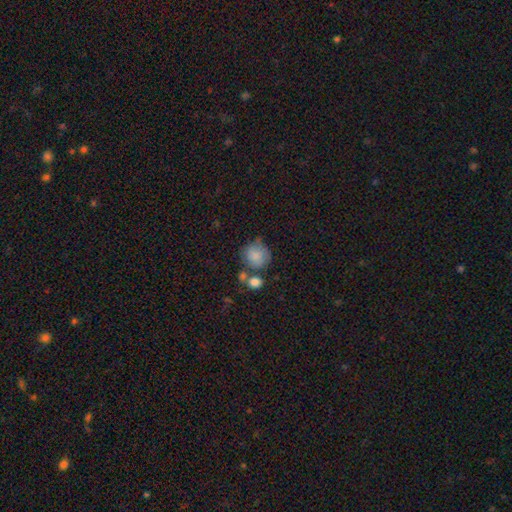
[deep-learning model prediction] Morphology: type=smooth (80%); roundness=round (84%); merging=none (50%).